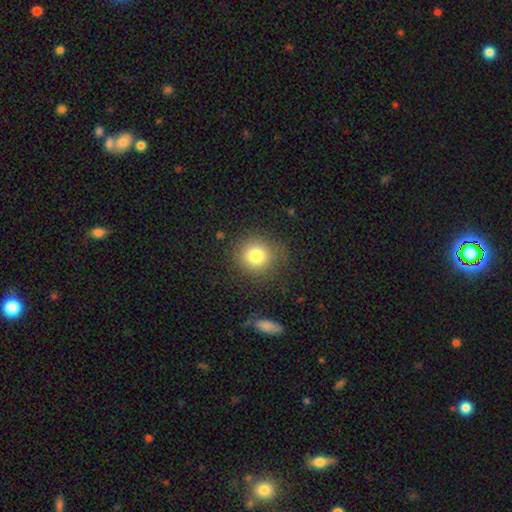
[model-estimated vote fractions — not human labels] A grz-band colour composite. It shows a smooth galaxy with no disk features (80%) that is round (89%). Merging: none (84%).